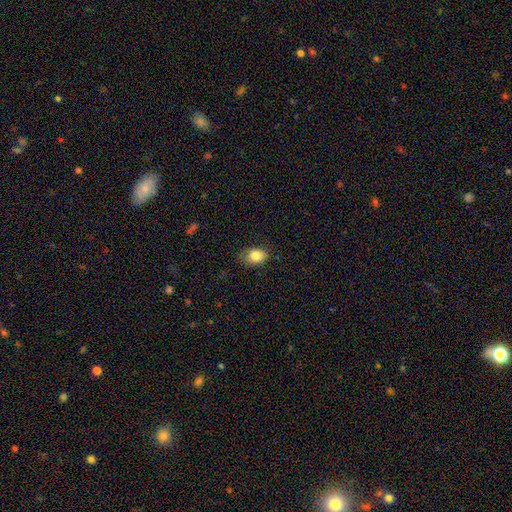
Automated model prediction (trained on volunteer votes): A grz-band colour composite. It shows a smooth galaxy with no disk features (83%) that is in between round and cigar-shaped (78%). Merging: none (73%).